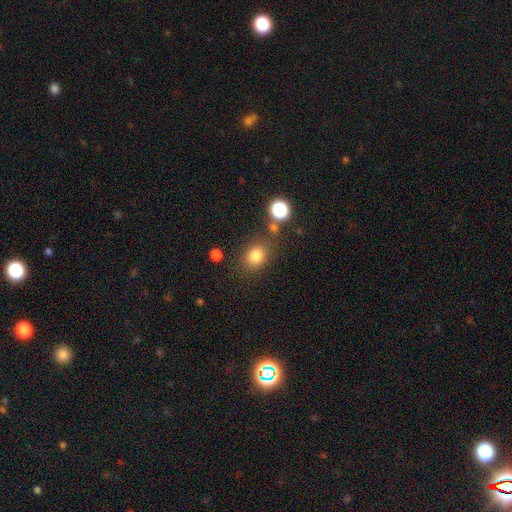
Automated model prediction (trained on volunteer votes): A smooth galaxy with no disk features (80%) that is round (54%). Merging: none (75%).